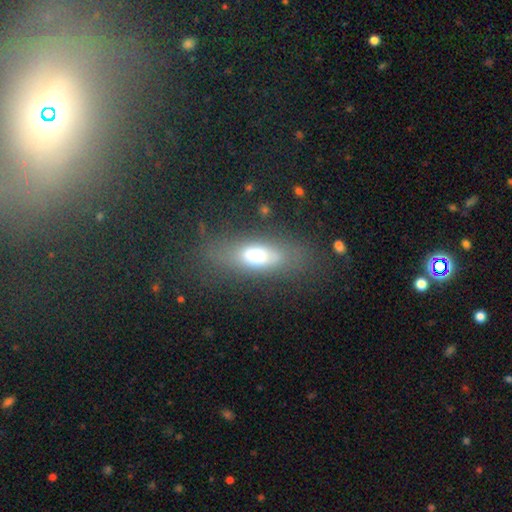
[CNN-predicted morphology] smooth-or-featured: smooth: 63% | featured or disk: 27% | star or artifact: 11%
  how-rounded: in between: 66% | cigar-shaped: 29% | round: 5%
  merging: none: 72% | minor disturbance: 16% | major disturbance: 10% | merger: 2%